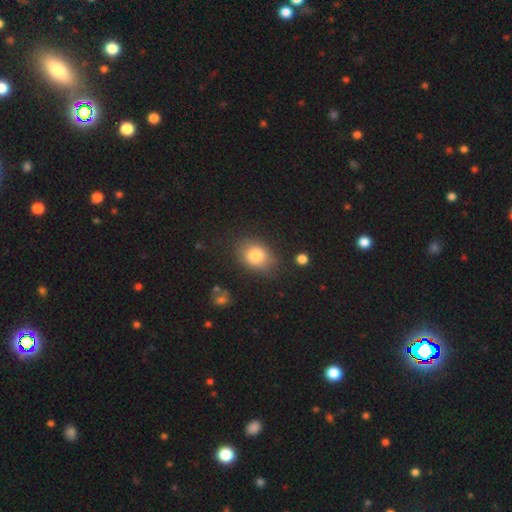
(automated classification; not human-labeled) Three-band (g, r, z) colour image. It shows a smooth galaxy with no disk features (80%) that is in between round and cigar-shaped (62%). Merging: none (78%).